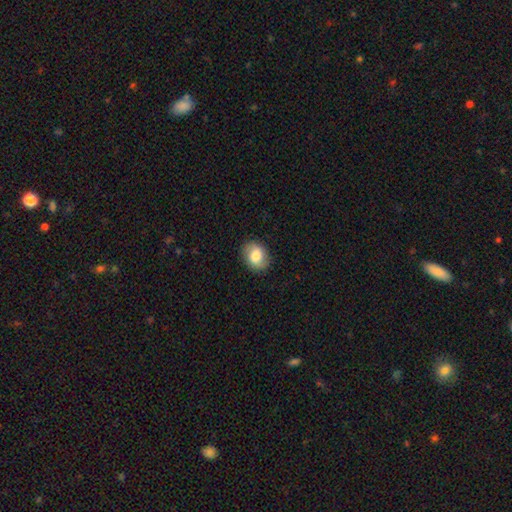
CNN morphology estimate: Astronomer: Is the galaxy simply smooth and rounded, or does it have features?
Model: smooth — 73%.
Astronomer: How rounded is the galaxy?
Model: in between — 57% (runner-up: round, 42%).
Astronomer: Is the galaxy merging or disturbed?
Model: none — 86%.